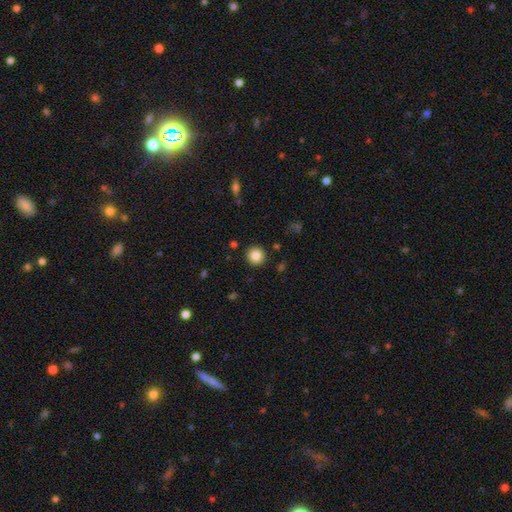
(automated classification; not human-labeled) Smooth or featured? smooth (85%)
How rounded? round (94%)
Merging? none (92%)